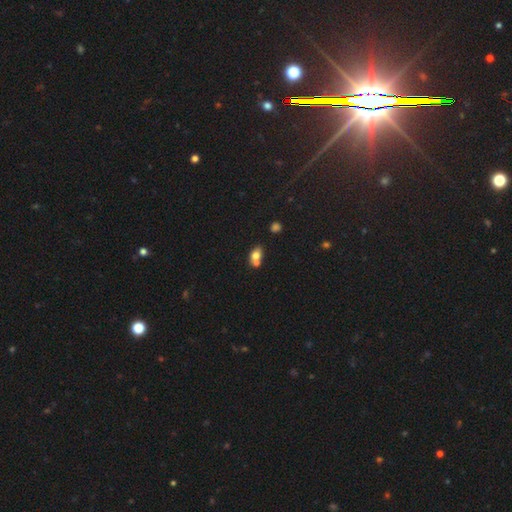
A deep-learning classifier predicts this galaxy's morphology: A smooth galaxy with no disk features (73%) that is in between round and cigar-shaped (69%). Merging: merger (44%).